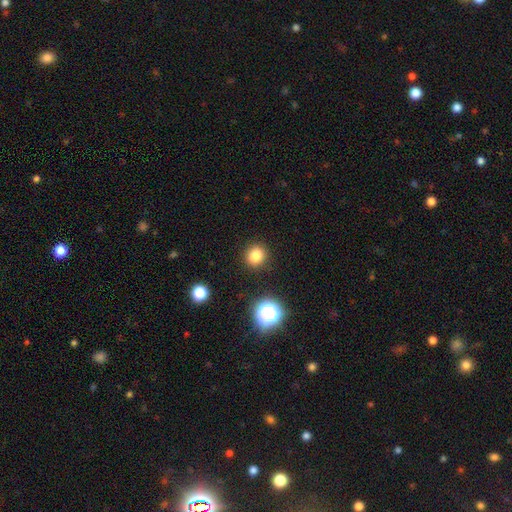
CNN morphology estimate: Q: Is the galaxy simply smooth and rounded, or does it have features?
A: smooth — 81%.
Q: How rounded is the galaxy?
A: round — 88%.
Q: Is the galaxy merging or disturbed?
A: none — 91%.